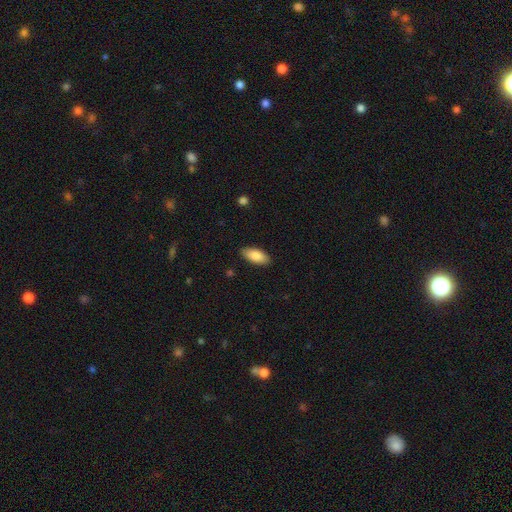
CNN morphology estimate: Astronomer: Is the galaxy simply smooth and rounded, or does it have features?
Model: smooth — 86%.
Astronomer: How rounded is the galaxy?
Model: in between — 88%.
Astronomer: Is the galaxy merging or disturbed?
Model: none — 88%.